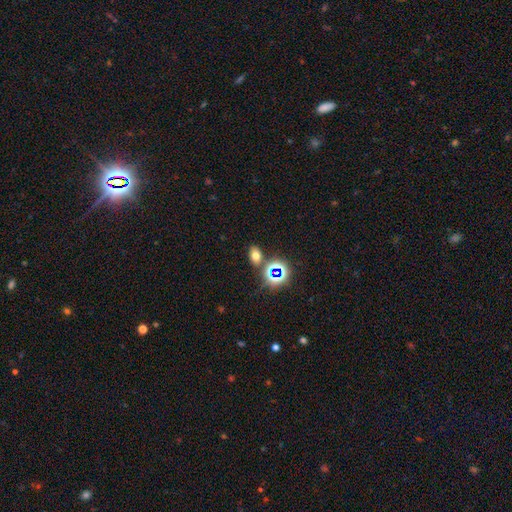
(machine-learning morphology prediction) Q: Smooth or featured?
A: smooth (64%); runner-up: star or artifact (26%)
Q: How rounded?
A: in between (79%); runner-up: round (20%)
Q: Merging?
A: none (78%); runner-up: minor disturbance (9%)